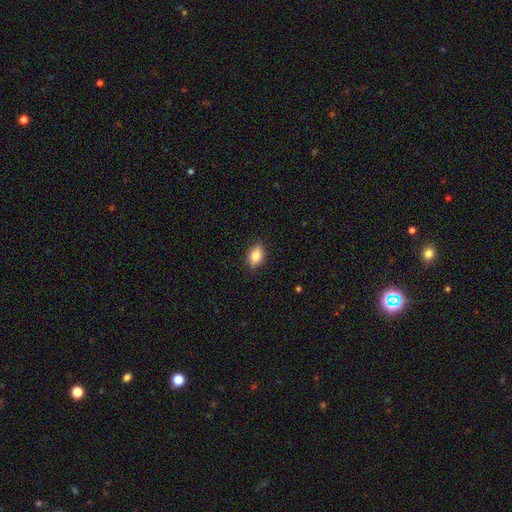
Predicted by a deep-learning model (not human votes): Overall: smooth (86%). How rounded: in between (86%). Merging: none (87%).